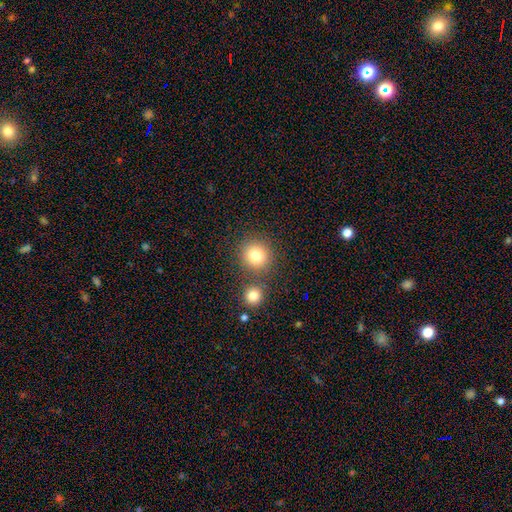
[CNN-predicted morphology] Smooth or featured? Predicted: smooth (p=0.80). How rounded? Predicted: round (p=0.93). Merging? Predicted: none (p=0.75).